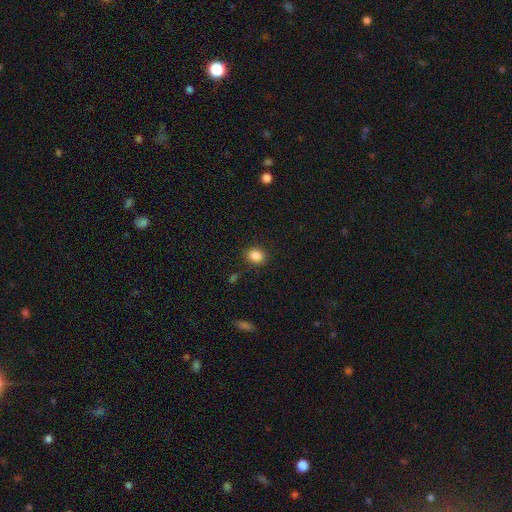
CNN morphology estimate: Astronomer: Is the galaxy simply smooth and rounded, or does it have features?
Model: smooth — 86%.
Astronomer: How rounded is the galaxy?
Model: round — 59% (runner-up: in between, 40%).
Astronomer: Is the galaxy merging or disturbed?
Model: none — 85%.